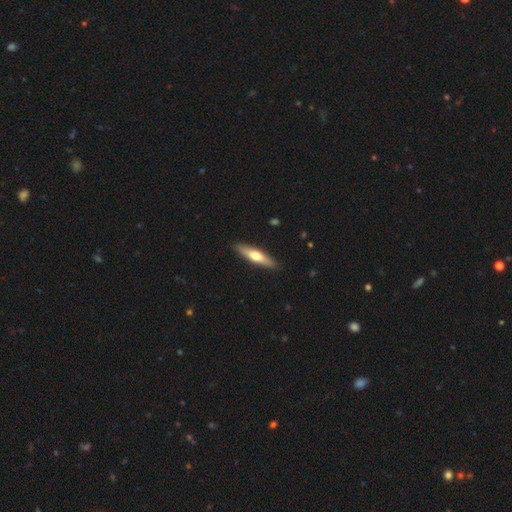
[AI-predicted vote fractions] smooth 51%, featured or disk 44%, star or artifact 5%. Down the decision tree: how rounded — cigar-shaped (77%); merging — none (90%).